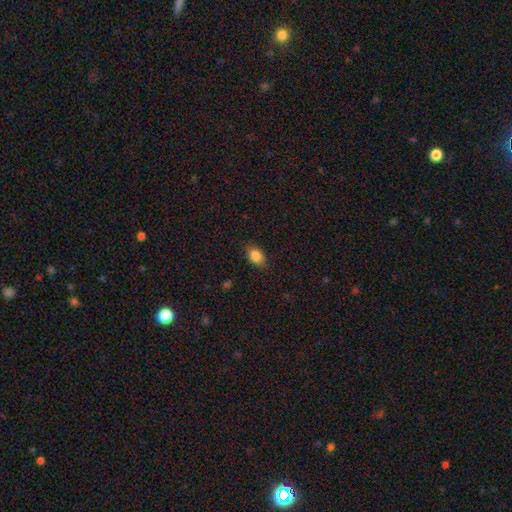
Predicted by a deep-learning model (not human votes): Morphology: type=smooth (85%); roundness=in between (83%); merging=none (85%).